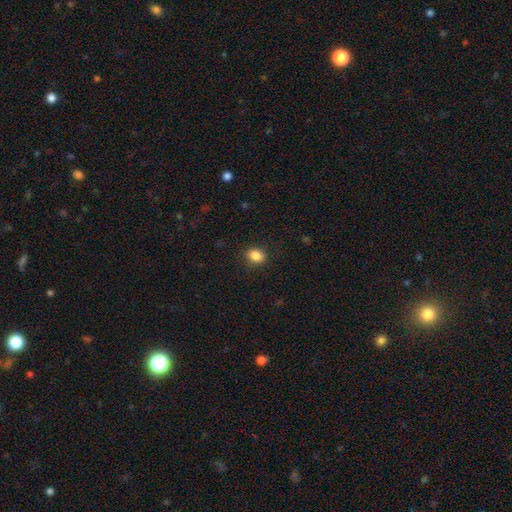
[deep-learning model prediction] smooth 86%, star or artifact 10%, featured or disk 4%. Down the decision tree: how rounded — in between (57%); merging — none (87%).